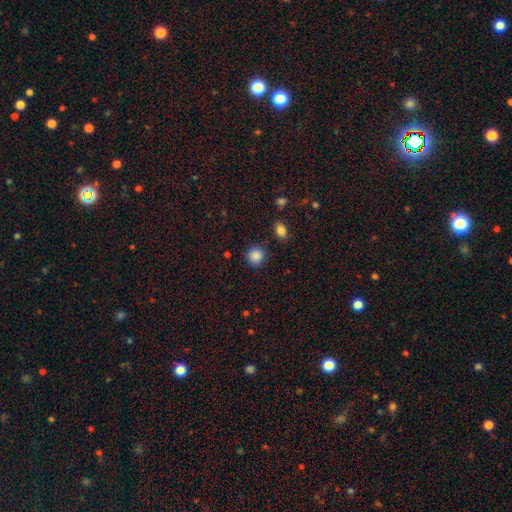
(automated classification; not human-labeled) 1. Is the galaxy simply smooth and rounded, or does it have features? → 87% smooth, 10% star or artifact, 3% featured or disk.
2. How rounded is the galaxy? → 90% round, 9% in between, 1% cigar-shaped.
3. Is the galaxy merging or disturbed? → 86% none, 9% minor disturbance, 3% major disturbance, 2% merger.